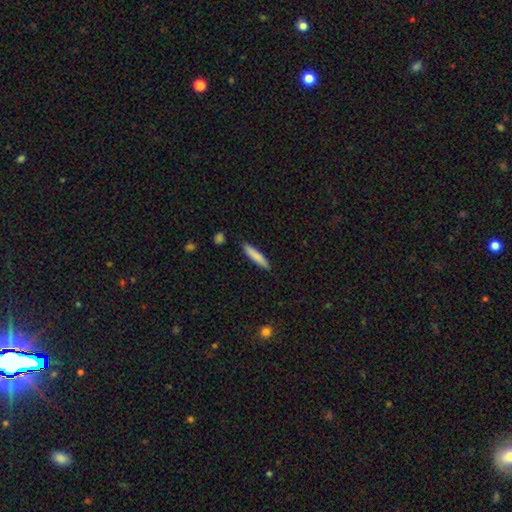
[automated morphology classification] Q: Smooth or featured?
A: smooth (82%); runner-up: featured or disk (12%)
Q: How rounded?
A: cigar-shaped (87%); runner-up: in between (11%)
Q: Merging?
A: none (86%); runner-up: minor disturbance (10%)